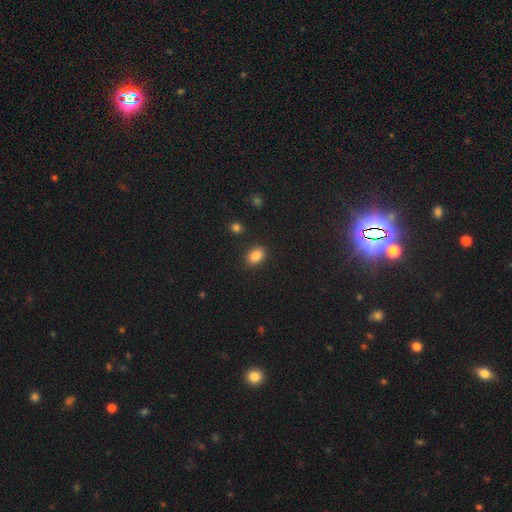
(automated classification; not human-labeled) A smooth galaxy with no disk features (86%) that is in between round and cigar-shaped (75%).

Vote fractions:
- Smooth or featured? smooth: 86% / star or artifact: 10% / featured or disk: 5%
- How rounded? in between: 75% / round: 23% / cigar-shaped: 1%
- Merging? none: 86% / minor disturbance: 9% / major disturbance: 3% / merger: 2%